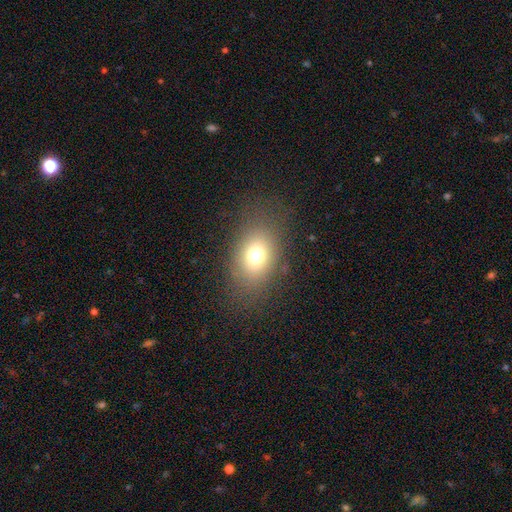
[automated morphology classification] This is likely a smooth galaxy (72%). How rounded: likely in between (70%). Merging: likely none (78%).